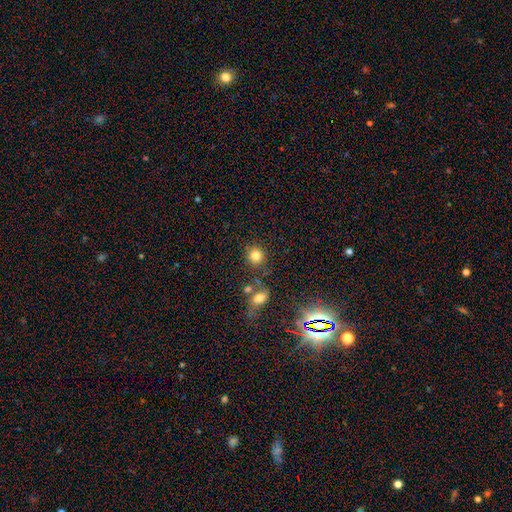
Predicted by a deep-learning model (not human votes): A smooth galaxy with no disk features (81%) that is round (87%).

Vote fractions:
- Smooth or featured? smooth: 81% / star or artifact: 12% / featured or disk: 7%
- How rounded? round: 87% / in between: 12% / cigar-shaped: 1%
- Merging? none: 77% / minor disturbance: 10% / merger: 9% / major disturbance: 4%